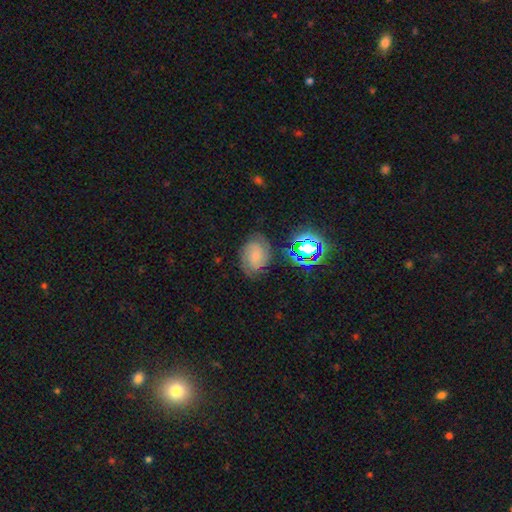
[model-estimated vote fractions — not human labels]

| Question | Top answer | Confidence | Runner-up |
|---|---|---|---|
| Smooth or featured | featured or disk | 53% | smooth (31%) |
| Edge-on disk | no | 97% | yes (3%) |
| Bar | no | 64% | weak (29%) |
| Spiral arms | yes | 91% | no (9%) |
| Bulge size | small | 45% | none (27%) |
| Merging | none | 71% | minor disturbance (19%) |